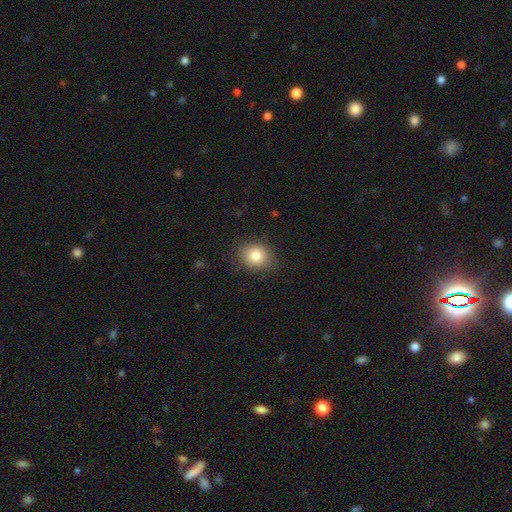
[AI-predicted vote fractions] Smooth or featured: smooth — 81% (star or artifact — 10%)
How rounded: round — 56% (in between — 43%)
Merging: none — 83% (minor disturbance — 13%)